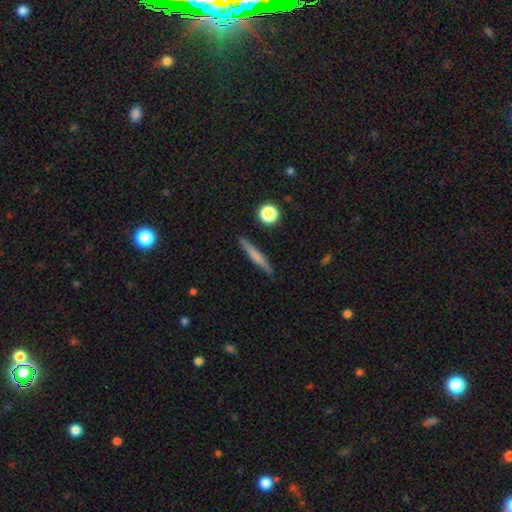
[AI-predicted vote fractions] This appears to be a smooth galaxy with no disk features (56%) that is cigar-shaped (93%). Merging: none (88%).